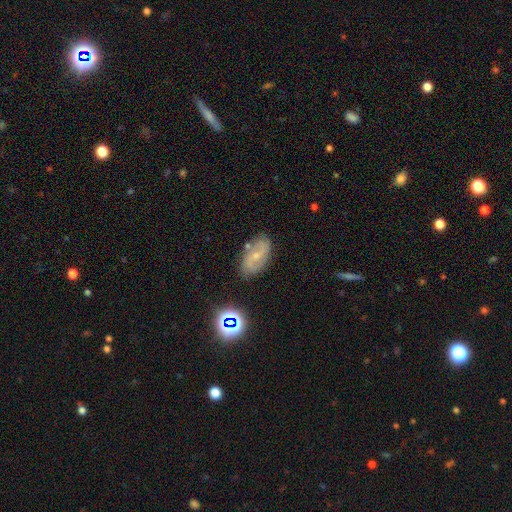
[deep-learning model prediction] This appears to be a featured or disk galaxy (67%) with no bar (49%), 2 (78%) medium (42%) spiral arms (87%) and a small central bulge (71%). Merging: none (76%).